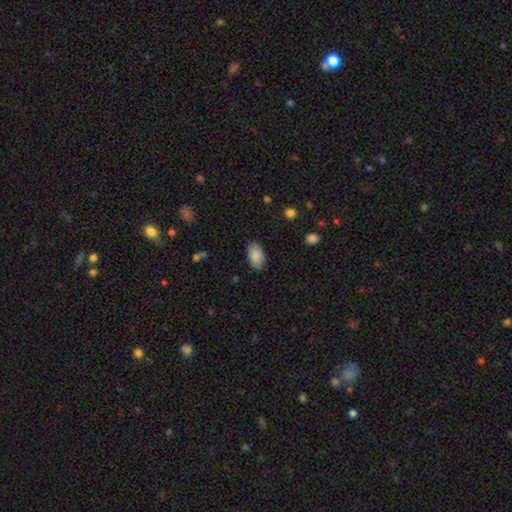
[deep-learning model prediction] Q: Smooth or featured?
A: smooth (88%); runner-up: star or artifact (6%)
Q: How rounded?
A: in between (95%); runner-up: round (4%)
Q: Merging?
A: none (83%); runner-up: minor disturbance (13%)